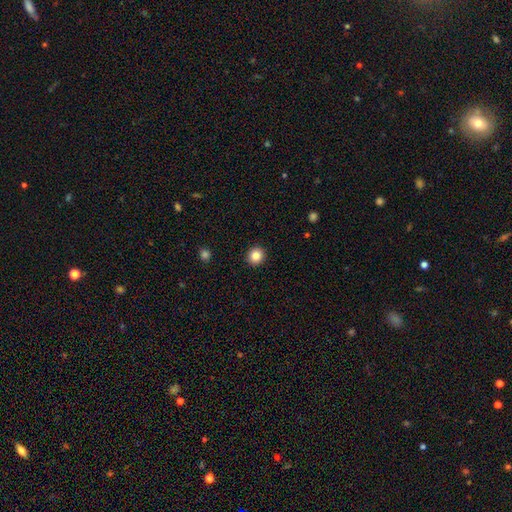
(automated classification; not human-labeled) The model was most divided on "smooth or featured": smooth: 85%, star or artifact: 10%, featured or disk: 5%. More confident: merging — none (93%); how rounded — round (90%).